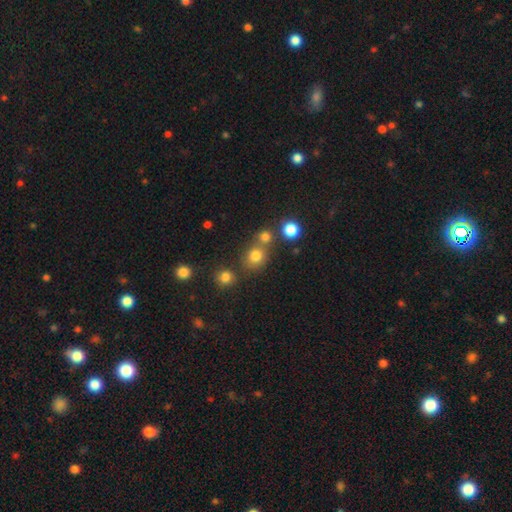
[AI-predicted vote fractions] smooth-or-featured: smooth: 76% | star or artifact: 16% | featured or disk: 7%
  how-rounded: round: 77% | in between: 22% | cigar-shaped: 1%
  merging: none: 62% | merger: 25% | minor disturbance: 9% | major disturbance: 4%